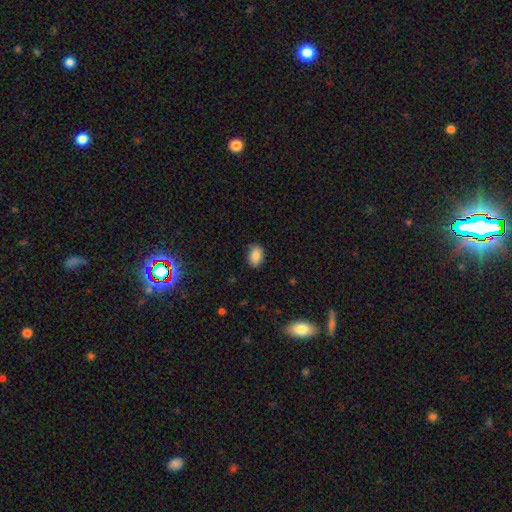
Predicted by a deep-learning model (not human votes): Smooth or featured? Predicted: smooth (p=0.86). How rounded? Predicted: in between (p=0.86). Merging? Predicted: none (p=0.83).